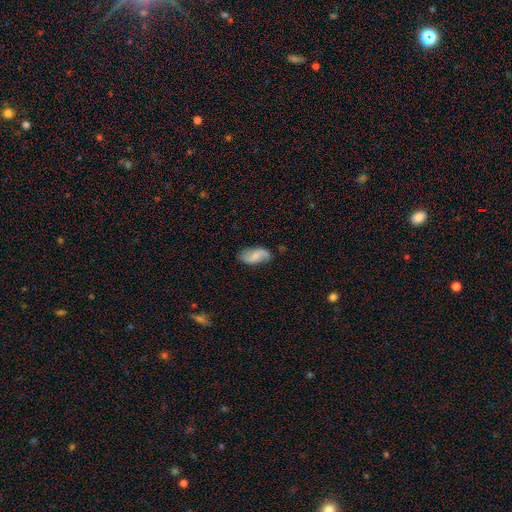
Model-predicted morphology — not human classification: smooth 50%, featured or disk 43%, star or artifact 7%. Down the decision tree: how rounded — in between (91%); merging — none (76%).